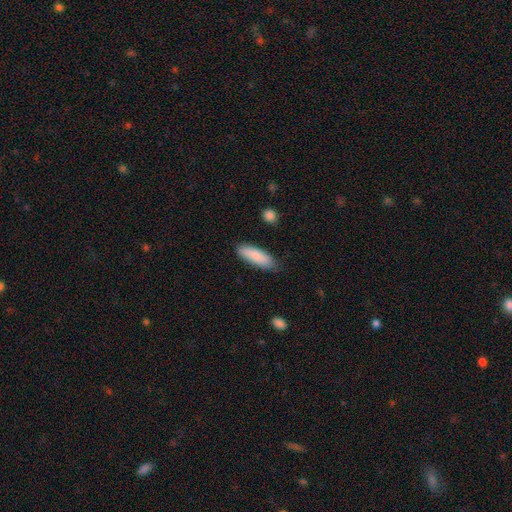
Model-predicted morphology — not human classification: A smooth galaxy with no disk features (85%) that is in between round and cigar-shaped (54%).

Vote fractions:
- Smooth or featured? smooth: 85% / featured or disk: 9% / star or artifact: 6%
- How rounded? in between: 54% / cigar-shaped: 45% / round: 2%
- Merging? none: 82% / minor disturbance: 14% / major disturbance: 3% / merger: 2%